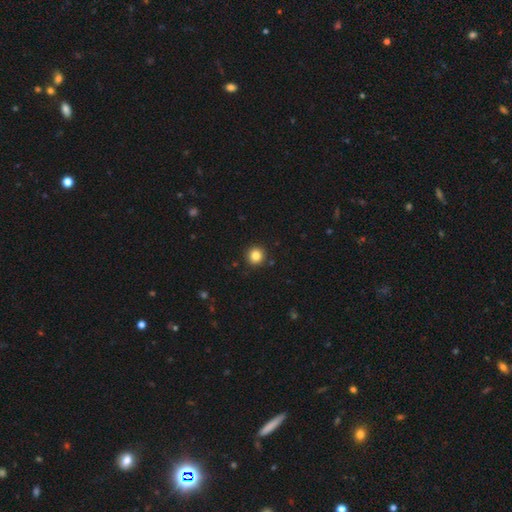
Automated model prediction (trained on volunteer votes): smooth 84%, star or artifact 11%, featured or disk 5%. Down the decision tree: how rounded — round (94%); merging — none (92%).